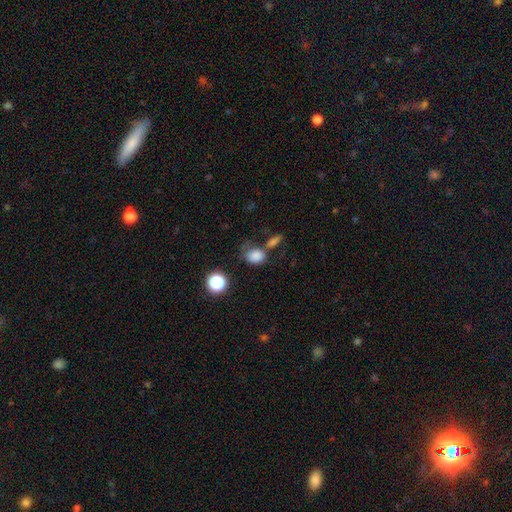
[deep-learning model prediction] A smooth galaxy with no disk features (81%) that is in between round and cigar-shaped (50%).

Vote fractions:
- Smooth or featured? smooth: 81% / star or artifact: 12% / featured or disk: 7%
- How rounded? in between: 50% / round: 49% / cigar-shaped: 1%
- Merging? none: 41% / merger: 24% / minor disturbance: 20% / major disturbance: 14%